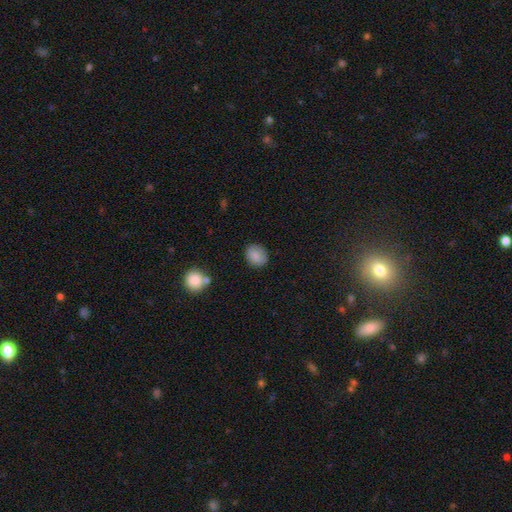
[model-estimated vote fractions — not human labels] This appears to be a smooth galaxy with no disk features (86%) that is round (60%). Merging: none (84%).